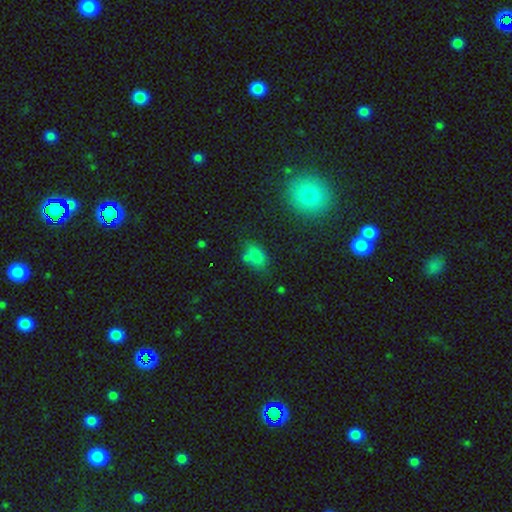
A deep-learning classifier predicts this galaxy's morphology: smooth_or_featured: smooth (p=0.75) [alt: star or artifact p=0.16]
how_rounded: in between (p=0.78) [alt: round p=0.20]
merging: none (p=0.61) [alt: minor disturbance p=0.21]